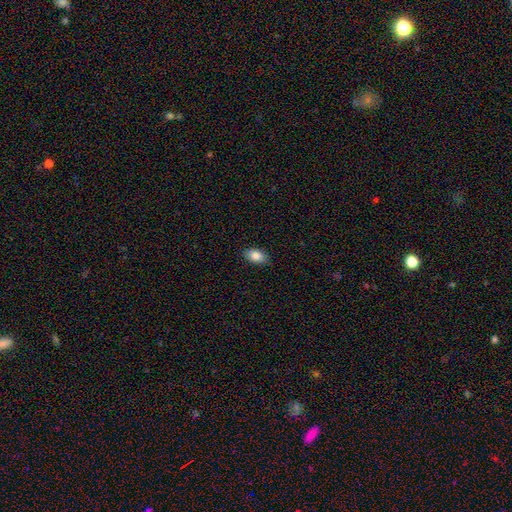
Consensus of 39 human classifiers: smooth-or-featured: smooth: 77% | featured or disk: 21% | star or artifact: 3%
  how-rounded: in between: 83% | round: 17% | cigar-shaped: 0%
  merging: none: 89% | minor disturbance: 8% | major disturbance: 3% | merger: 0%